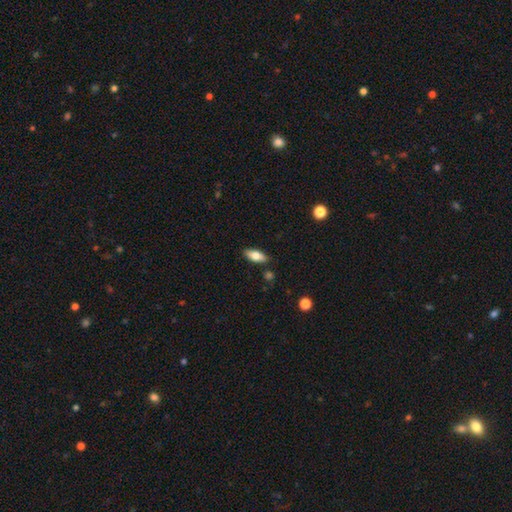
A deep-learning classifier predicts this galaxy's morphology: Q: Smooth or featured?
A: smooth (75%); runner-up: featured or disk (18%)
Q: How rounded?
A: in between (81%); runner-up: cigar-shaped (16%)
Q: Merging?
A: none (86%); runner-up: minor disturbance (10%)